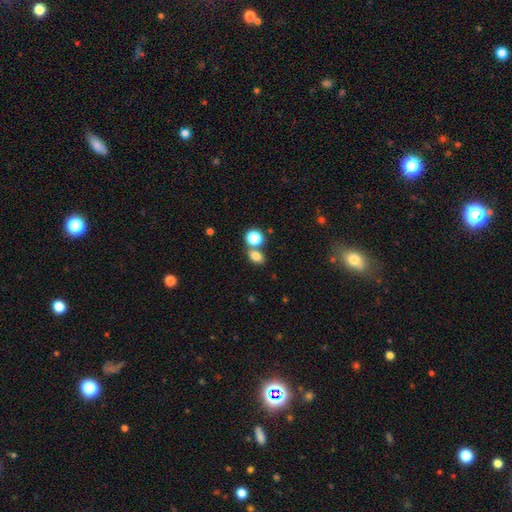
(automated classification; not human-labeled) This is likely a smooth galaxy (80%). How rounded: likely in between (67%). Merging: possibly none (54%).